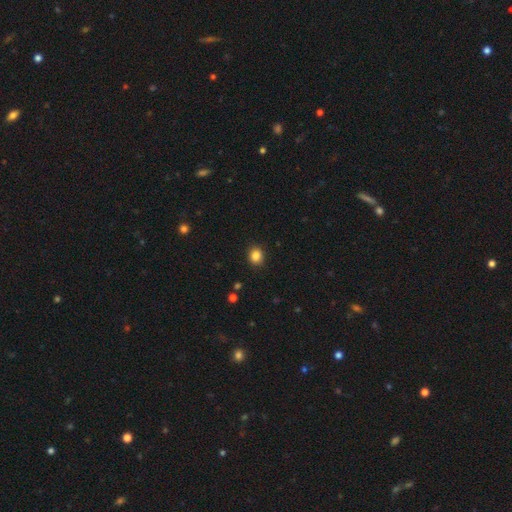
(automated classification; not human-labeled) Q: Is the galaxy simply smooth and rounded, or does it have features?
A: smooth — 85%.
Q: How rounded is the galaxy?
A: round — 69%.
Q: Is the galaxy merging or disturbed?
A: none — 90%.